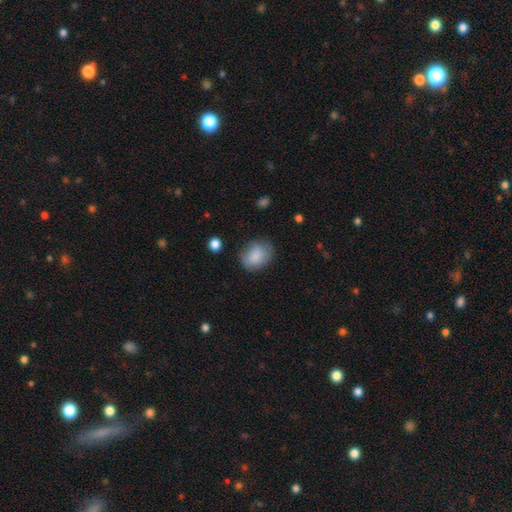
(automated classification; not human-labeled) smooth 83%, featured or disk 9%, star or artifact 8%. Down the decision tree: how rounded — in between (55%); merging — none (70%).